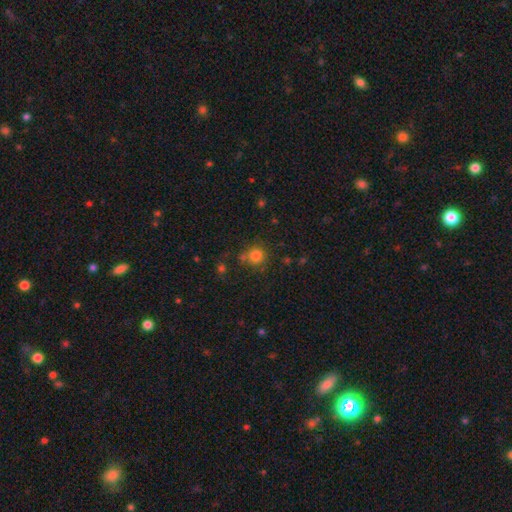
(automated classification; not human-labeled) Smooth or featured: smooth — 80% (star or artifact — 13%)
How rounded: round — 90% (in between — 9%)
Merging: none — 72% (minor disturbance — 12%)